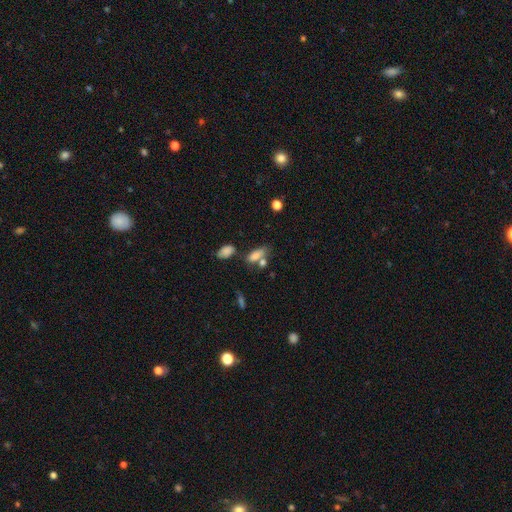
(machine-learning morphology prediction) This appears to be a smooth galaxy with no disk features (76%) that is in between round and cigar-shaped (75%). Merging: none (46%).